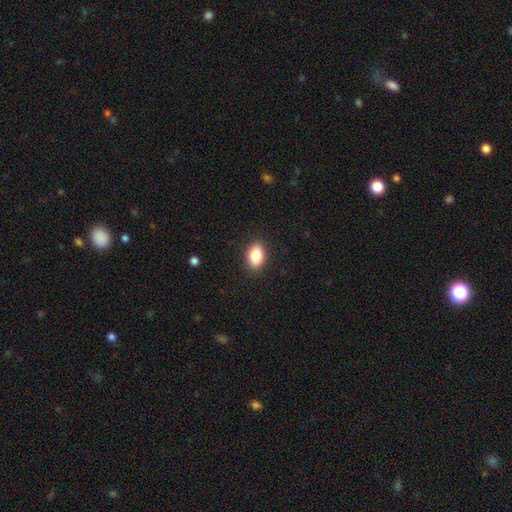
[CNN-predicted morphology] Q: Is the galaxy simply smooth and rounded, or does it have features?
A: smooth — 85%.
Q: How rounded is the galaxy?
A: in between — 86%.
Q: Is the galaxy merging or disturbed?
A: none — 89%.